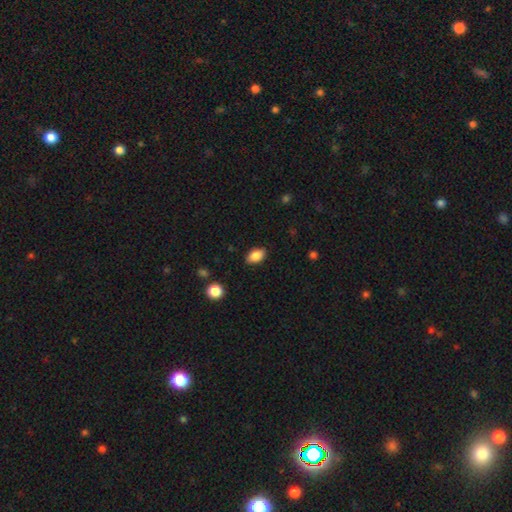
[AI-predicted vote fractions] This is clearly a smooth galaxy (86%). How rounded: clearly in between (90%). Merging: clearly none (87%).